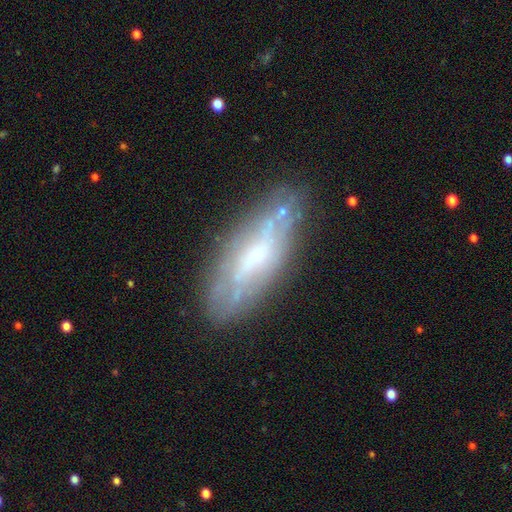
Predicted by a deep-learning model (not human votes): Overall: featured or disk (60%; smooth 32%). Edge-on disk: no (58%; yes 42%). Merging: none (73%).